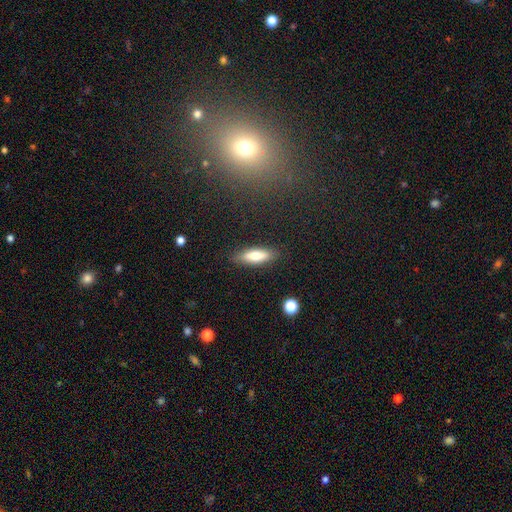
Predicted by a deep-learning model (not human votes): Smooth or featured? Predicted: smooth (p=0.74). How rounded? Predicted: in between (p=0.52). Merging? Predicted: none (p=0.86).